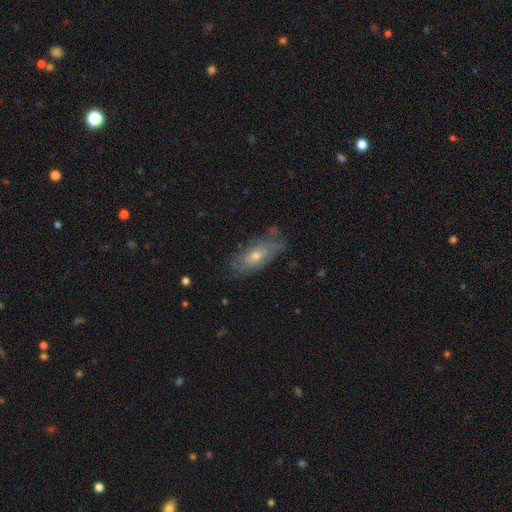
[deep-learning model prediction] A featured or disk galaxy (54%).

Vote fractions:
- Smooth or featured? featured or disk: 54% / smooth: 39% / star or artifact: 8%
- Edge-on disk? no: 82% / yes: 18%
- Merging? none: 66% / minor disturbance: 24% / major disturbance: 8% / merger: 2%